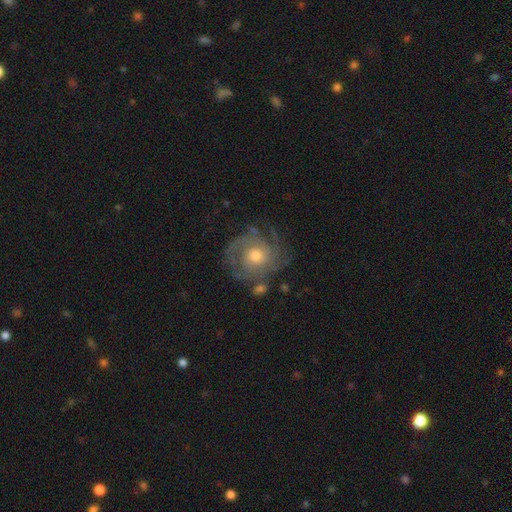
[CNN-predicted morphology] smooth_or_featured: featured or disk (p=0.83) [alt: smooth p=0.11]
disk_edge_on: no (p=0.98) [alt: yes p=0.02]
bar: no (p=0.80) [alt: weak p=0.17]
has_spiral_arms: yes (p=0.93) [alt: no p=0.07]
spiral_winding: tight (p=0.62) [alt: medium p=0.30]
spiral_arm_count: can't tell (p=0.31) [alt: 3 p=0.24]
bulge_size: moderate (p=0.66) [alt: small p=0.25]
merging: none (p=0.71) [alt: minor disturbance p=0.16]